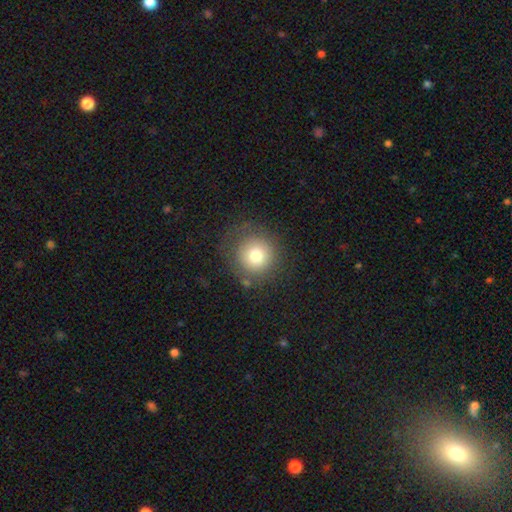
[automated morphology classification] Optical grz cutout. It shows a smooth galaxy with no disk features (76%) that is round (93%). Merging: none (78%).